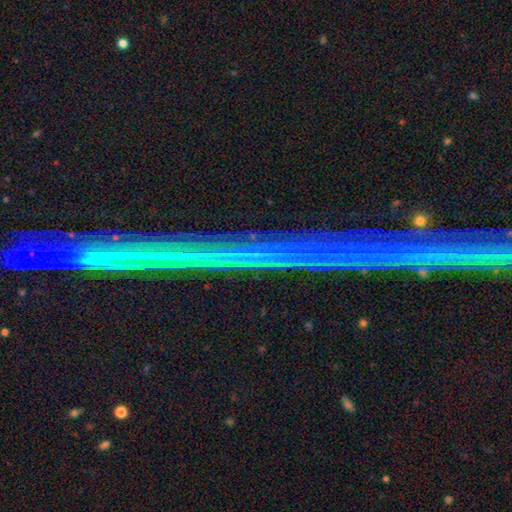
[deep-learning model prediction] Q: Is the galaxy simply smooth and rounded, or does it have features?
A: star or artifact — 78%.